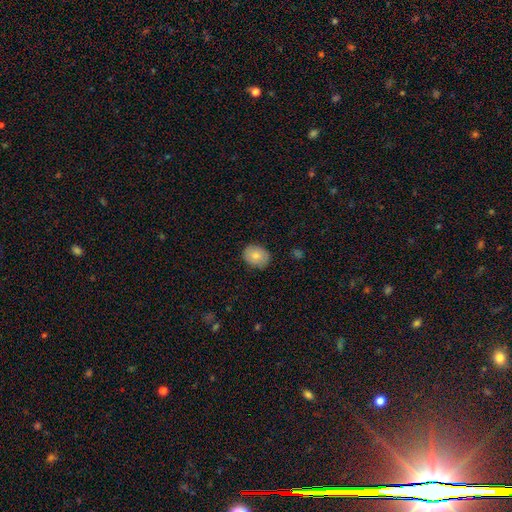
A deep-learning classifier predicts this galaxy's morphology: Smooth or featured?
  - smooth: 80% *
  - featured or disk: 13%
  - star or artifact: 8%
How rounded?
  - in between: 55% *
  - round: 44%
  - cigar-shaped: 1%
Merging?
  - none: 84% *
  - minor disturbance: 13%
  - major disturbance: 2%
  - merger: 1%